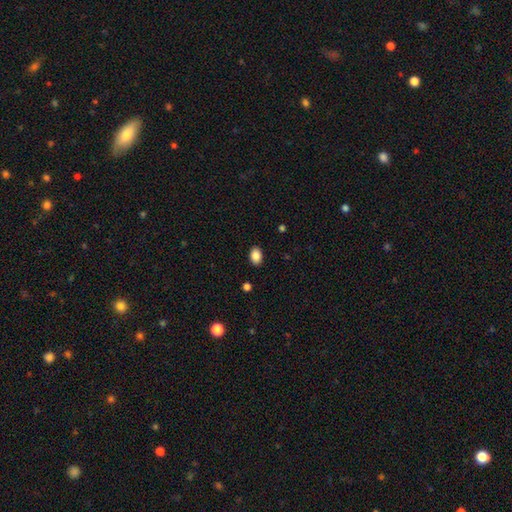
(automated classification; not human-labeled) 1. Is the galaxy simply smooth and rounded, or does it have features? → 87% smooth, 8% star or artifact, 4% featured or disk.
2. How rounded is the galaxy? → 82% in between, 17% round, 1% cigar-shaped.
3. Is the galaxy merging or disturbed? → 89% none, 8% minor disturbance, 2% major disturbance, 1% merger.